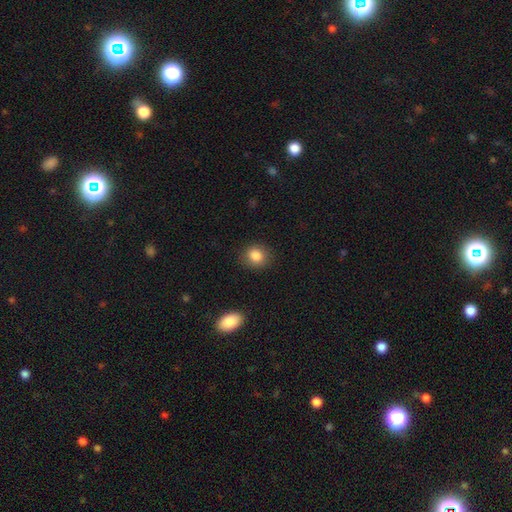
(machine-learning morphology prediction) Smooth or featured?
  - smooth: 86% *
  - star or artifact: 9%
  - featured or disk: 5%
How rounded?
  - round: 70% *
  - in between: 29%
  - cigar-shaped: 1%
Merging?
  - none: 86% *
  - minor disturbance: 10%
  - major disturbance: 3%
  - merger: 1%